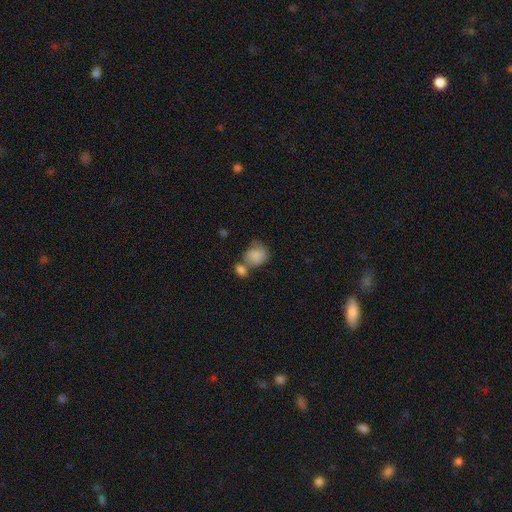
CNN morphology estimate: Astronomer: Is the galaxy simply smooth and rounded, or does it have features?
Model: smooth — 77%.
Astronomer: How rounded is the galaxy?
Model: round — 60% (runner-up: in between, 39%).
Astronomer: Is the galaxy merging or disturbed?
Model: merger — 41% (runner-up: none, 31%).